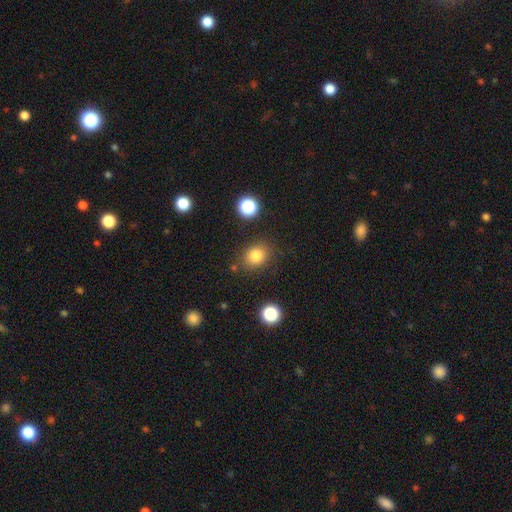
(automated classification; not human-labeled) The model was most divided on "how rounded": round: 64%, in between: 35%, cigar-shaped: 1%. More confident: smooth or featured — smooth (82%); merging — none (81%).